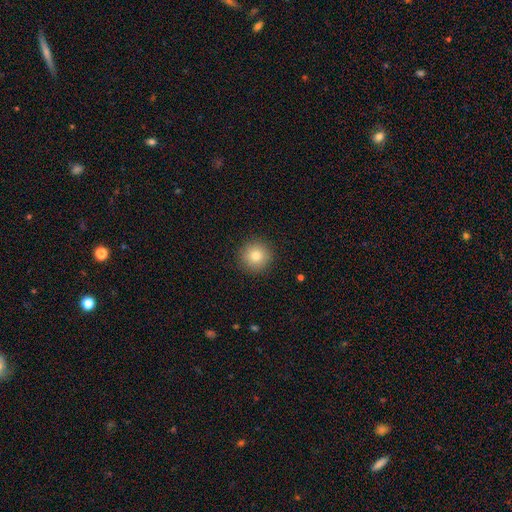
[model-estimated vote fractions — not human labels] smooth 81%, star or artifact 11%, featured or disk 8%. Down the decision tree: how rounded — round (95%); merging — none (91%).